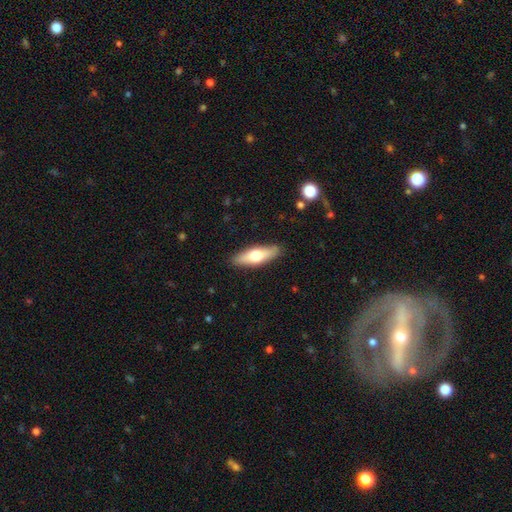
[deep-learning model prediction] Smooth or featured? smooth (59%)
How rounded? cigar-shaped (52%)
Merging? none (88%)